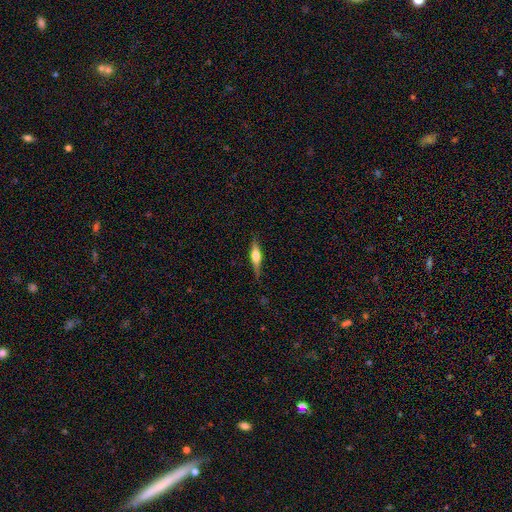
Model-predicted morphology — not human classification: This is possibly a featured or disk galaxy (59%). It is clearly viewed edge-on (96%). Edge-on bulge: clearly rounded (90%). Merging: clearly none (80%).